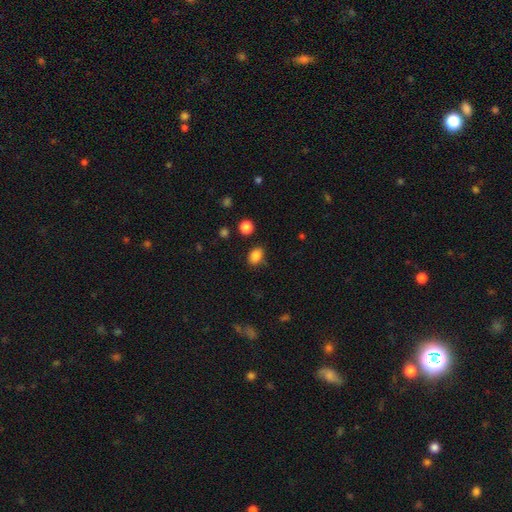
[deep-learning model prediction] Smooth or featured: smooth — 85% (star or artifact — 10%)
How rounded: in between — 72% (round — 27%)
Merging: none — 80% (minor disturbance — 13%)